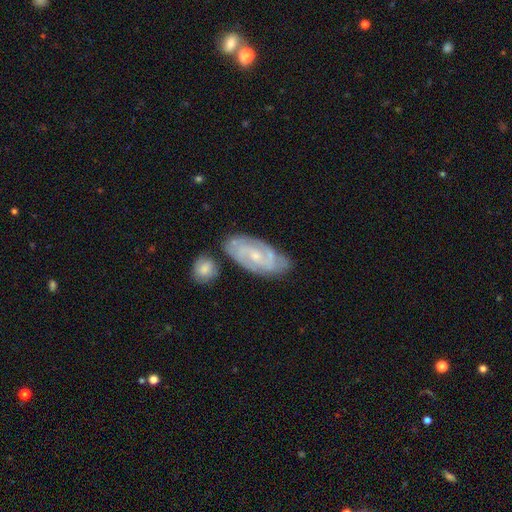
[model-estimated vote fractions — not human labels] Smooth or featured?
  - featured or disk: 79% *
  - smooth: 15%
  - star or artifact: 7%
Edge-on disk?
  - no: 94% *
  - yes: 6%
Bar?
  - no: 50% *
  - weak: 40%
  - strong: 9%
Spiral arms?
  - yes: 93% *
  - no: 7%
Spiral winding?
  - tight: 58% *
  - medium: 33%
  - loose: 8%
Spiral arm count?
  - 2: 45% *
  - can't tell: 27%
  - 3: 17%
  - 4: 5%
  - 1: 3%
  - more than 4: 3%
Bulge size?
  - small: 62% *
  - moderate: 34%
  - none: 2%
  - large: 1%
  - dominant: 1%
Merging?
  - none: 70% *
  - minor disturbance: 16%
  - merger: 9%
  - major disturbance: 4%